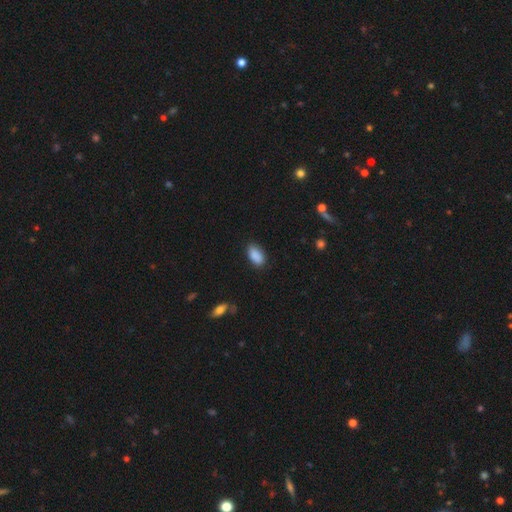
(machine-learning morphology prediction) A smooth galaxy with no disk features (89%) that is in between round and cigar-shaped (93%). Merging: none (83%).